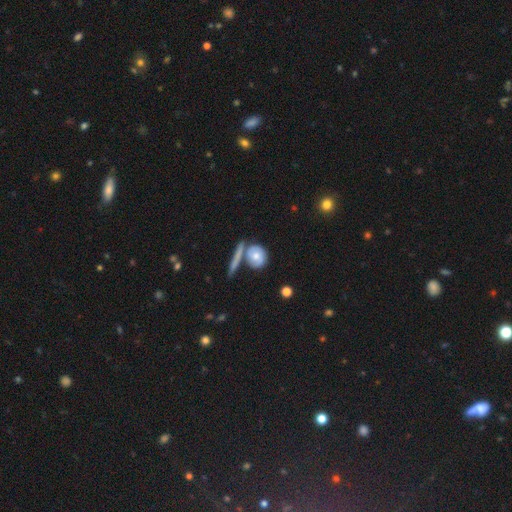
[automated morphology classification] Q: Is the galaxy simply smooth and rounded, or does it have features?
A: smooth — 54%.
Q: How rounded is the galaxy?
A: round — 65%.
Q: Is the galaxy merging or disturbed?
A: none — 52%.